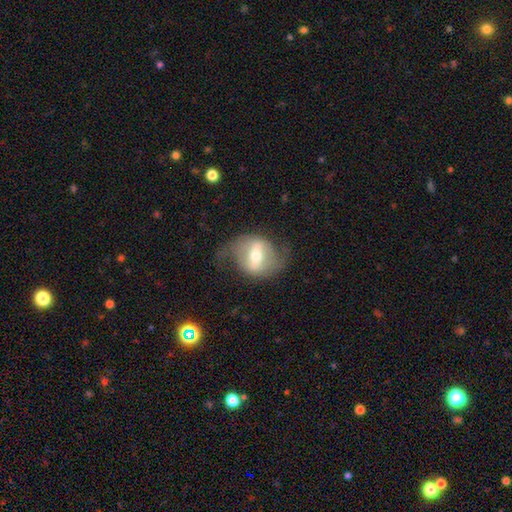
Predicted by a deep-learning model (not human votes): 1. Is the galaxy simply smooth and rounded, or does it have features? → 70% featured or disk, 23% smooth, 7% star or artifact.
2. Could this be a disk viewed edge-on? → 91% no, 9% yes.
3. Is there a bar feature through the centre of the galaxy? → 60% strong, 29% weak, 11% no.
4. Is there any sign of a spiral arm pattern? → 65% yes, 35% no.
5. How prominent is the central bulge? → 61% moderate, 29% small, 7% large, 1% dominant, 1% none.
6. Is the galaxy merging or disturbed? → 62% none, 20% minor disturbance, 17% major disturbance, 2% merger.